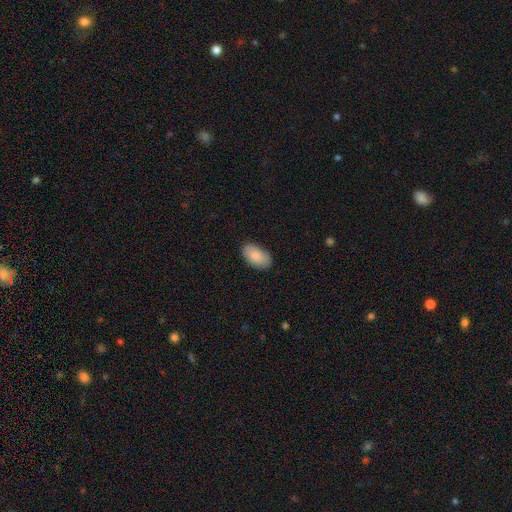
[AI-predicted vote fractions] A smooth galaxy with no disk features (87%) that is in between round and cigar-shaped (95%). Merging: none (82%).